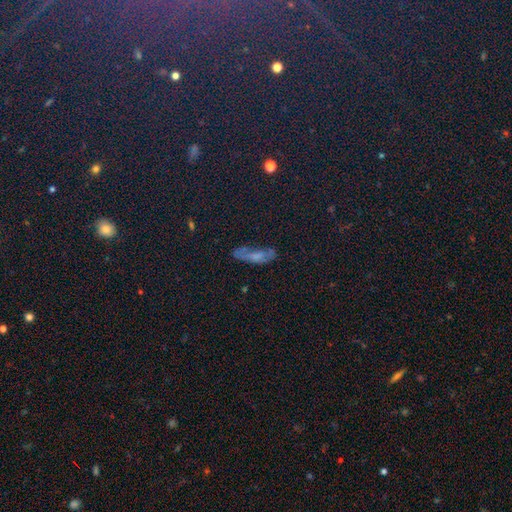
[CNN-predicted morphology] A smooth galaxy with no disk features (46%). Merging: none (58%).